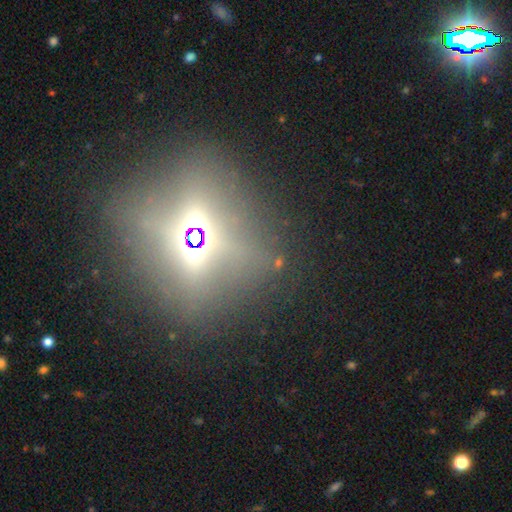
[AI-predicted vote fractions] Q: Smooth or featured?
A: star or artifact (44%); runner-up: featured or disk (32%)